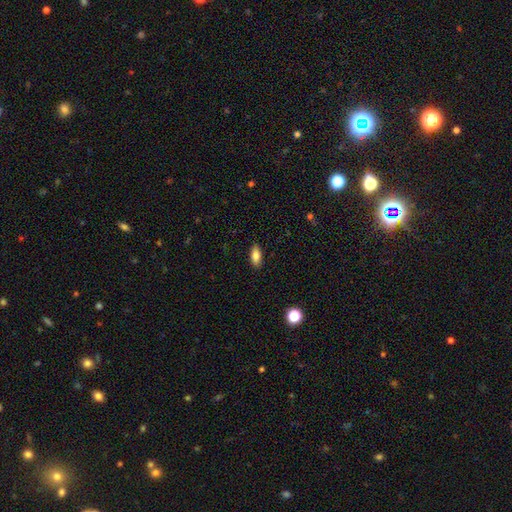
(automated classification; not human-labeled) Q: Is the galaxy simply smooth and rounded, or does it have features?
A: smooth — 83%.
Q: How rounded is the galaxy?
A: in between — 84%.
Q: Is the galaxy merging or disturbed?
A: none — 89%.